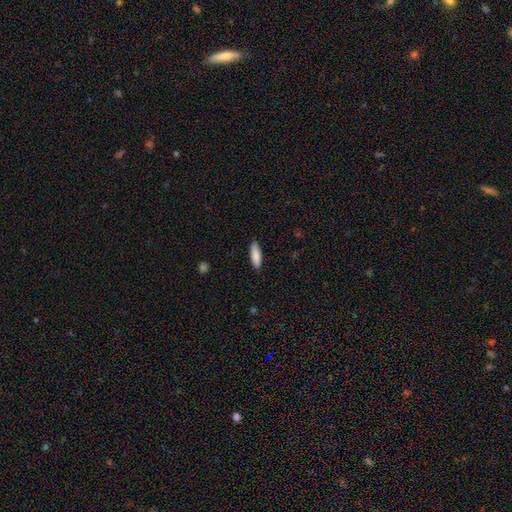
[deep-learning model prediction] smooth 86%, featured or disk 8%, star or artifact 6%. Down the decision tree: how rounded — cigar-shaped (54%); merging — none (88%).